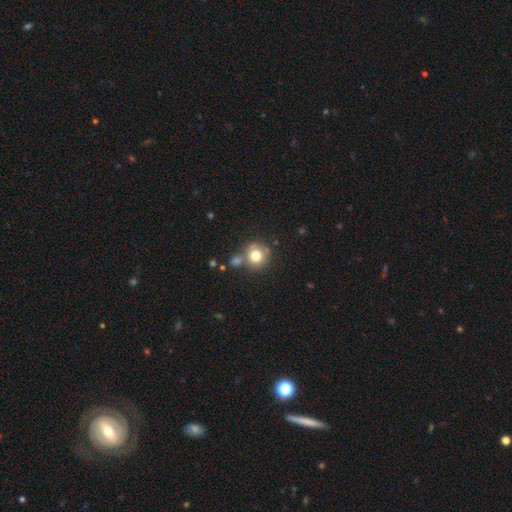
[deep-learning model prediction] Smooth or featured? Predicted: smooth (p=0.78). How rounded? Predicted: round (p=0.90). Merging? Predicted: none (p=0.66).